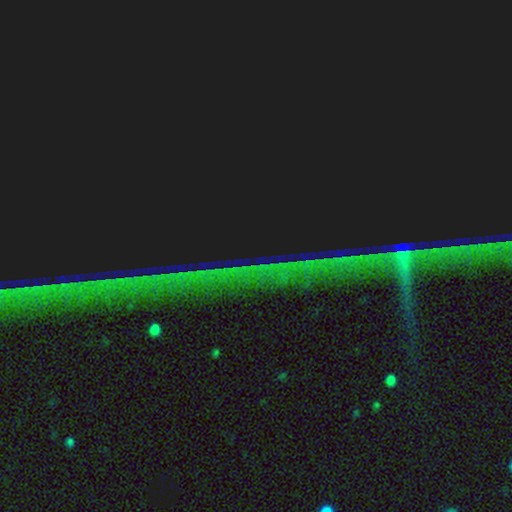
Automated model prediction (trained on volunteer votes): Smooth or featured? star or artifact (86%)